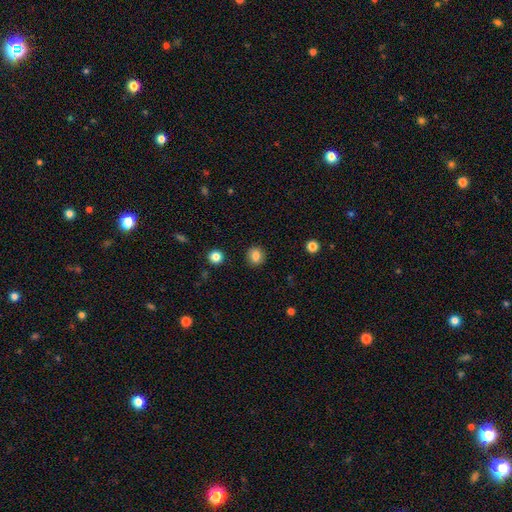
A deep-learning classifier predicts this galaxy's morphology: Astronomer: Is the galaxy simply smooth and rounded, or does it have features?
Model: smooth — 83%.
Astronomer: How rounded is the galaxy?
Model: round — 86%.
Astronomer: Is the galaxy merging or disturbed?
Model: none — 91%.